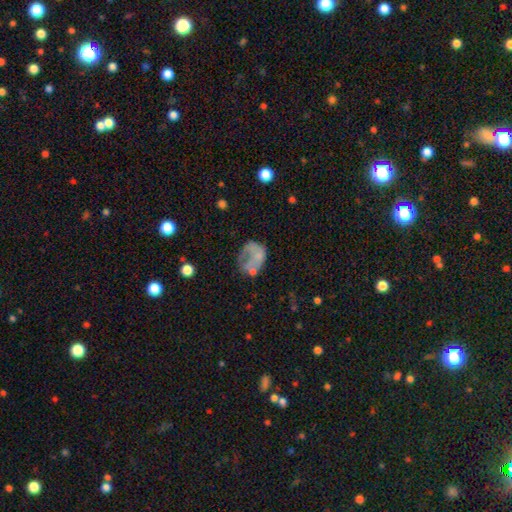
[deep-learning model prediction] Q: Smooth or featured?
A: smooth (48%); runner-up: featured or disk (40%)
Q: Merging?
A: major disturbance (37%); runner-up: none (30%)